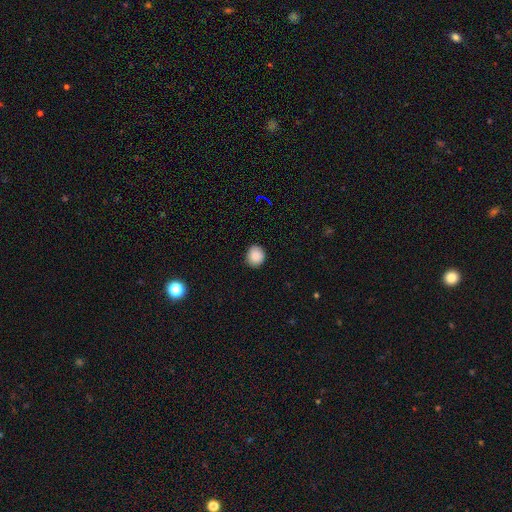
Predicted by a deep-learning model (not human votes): The model was most divided on "how rounded": round: 83%, in between: 16%, cigar-shaped: 1%. More confident: smooth or featured — smooth (89%); merging — none (88%).